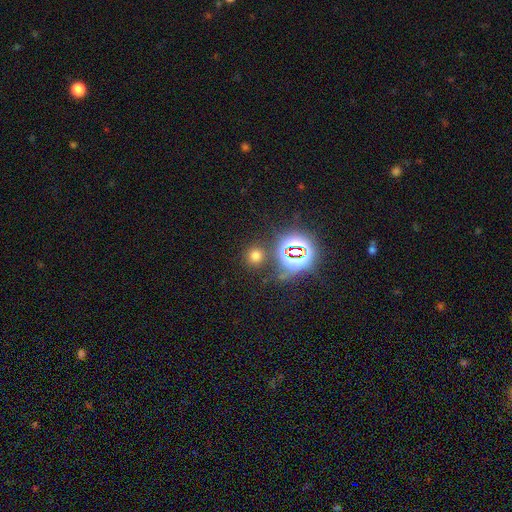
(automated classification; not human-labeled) Smooth or featured? smooth (63%)
How rounded? round (88%)
Merging? none (84%)